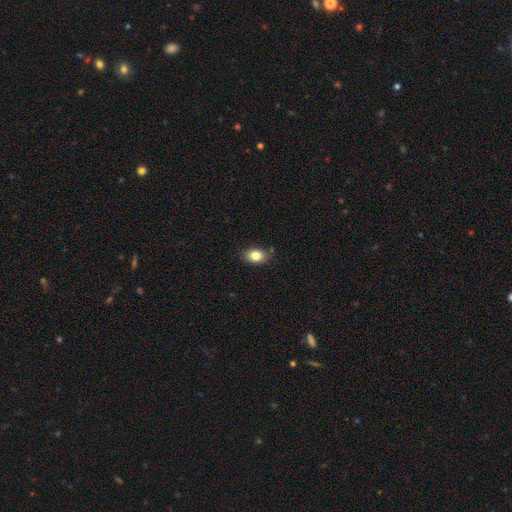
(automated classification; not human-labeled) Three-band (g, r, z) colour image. It shows a smooth galaxy with no disk features (83%) that is in between round and cigar-shaped (79%). Merging: none (83%).